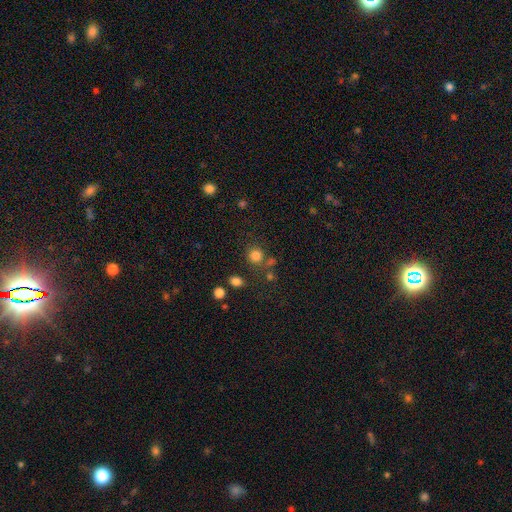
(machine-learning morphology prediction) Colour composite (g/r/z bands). It shows a smooth galaxy with no disk features (80%) that is round (86%). Merging: none (71%).